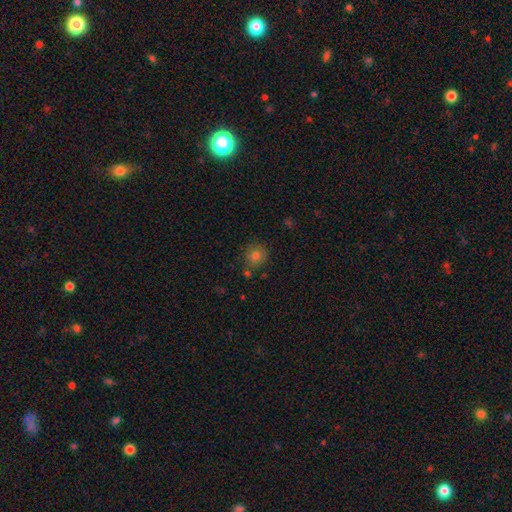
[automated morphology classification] Smooth or featured: smooth — 79% (star or artifact — 12%)
How rounded: round — 85% (in between — 14%)
Merging: none — 79% (minor disturbance — 12%)